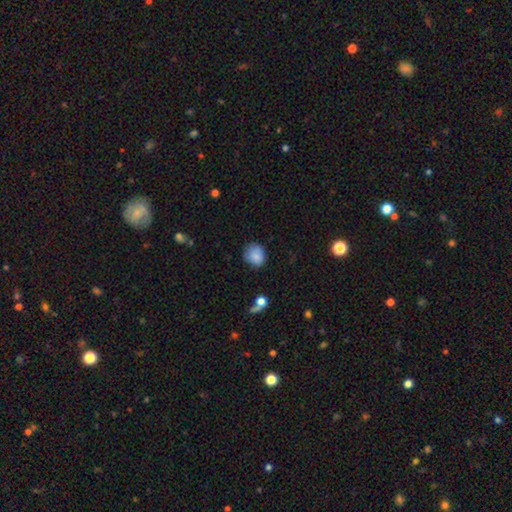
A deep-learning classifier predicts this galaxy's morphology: A smooth galaxy with no disk features (83%) that is round (70%).

Vote fractions:
- Smooth or featured? smooth: 83% / star or artifact: 9% / featured or disk: 9%
- How rounded? round: 70% / in between: 29% / cigar-shaped: 1%
- Merging? none: 67% / minor disturbance: 24% / major disturbance: 6% / merger: 3%